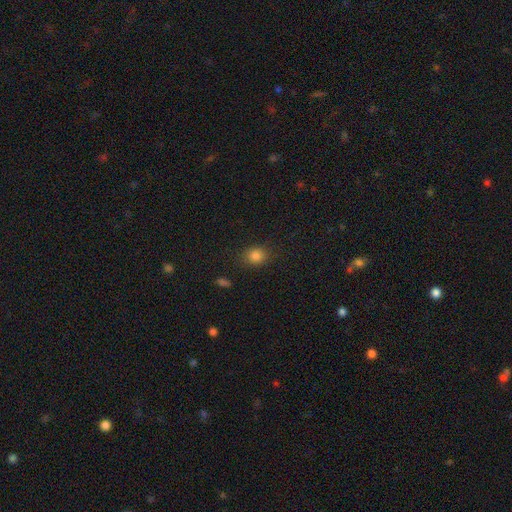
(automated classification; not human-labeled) smooth 82%, star or artifact 13%, featured or disk 6%. Down the decision tree: how rounded — round (66%); merging — none (84%).